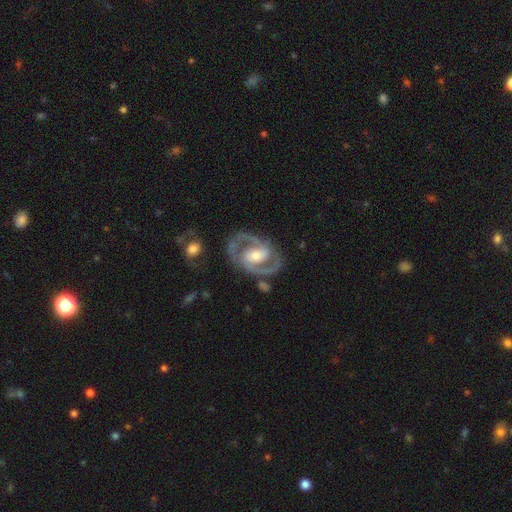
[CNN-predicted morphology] The model was most divided on "bar": weak: 38%, strong: 31%, no: 31%. More confident: edge-on disk — no (97%); spiral arms — yes (95%); spiral arm count — 2 (90%); smooth or featured — featured or disk (89%); merging — none (78%); bulge size — moderate (60%); spiral winding — medium (55%).